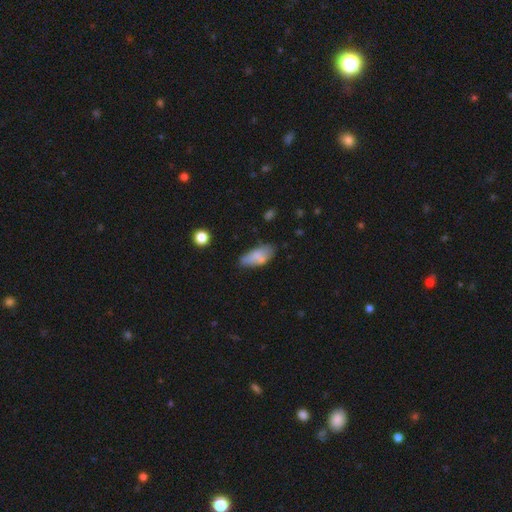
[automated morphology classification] Overall: smooth (71%). How rounded: in between (85%). Merging: none (46%; minor disturbance 33%).